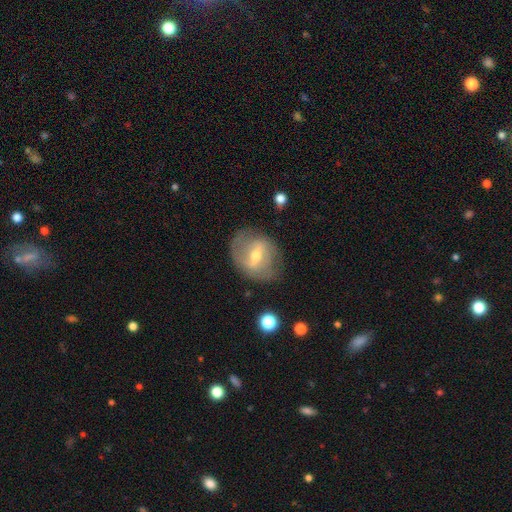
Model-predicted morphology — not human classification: A featured or disk galaxy (69%) with a weak bar (46%), spiral arms (70%) and a moderate central bulge (62%).

Vote fractions:
- Smooth or featured? featured or disk: 69% / smooth: 24% / star or artifact: 7%
- Edge-on disk? no: 94% / yes: 6%
- Bar? weak: 46% / strong: 40% / no: 14%
- Spiral arms? yes: 70% / no: 30%
- Bulge size? moderate: 62% / small: 33% / large: 3% / none: 1% / dominant: 1%
- Merging? none: 70% / minor disturbance: 20% / major disturbance: 9% / merger: 2%